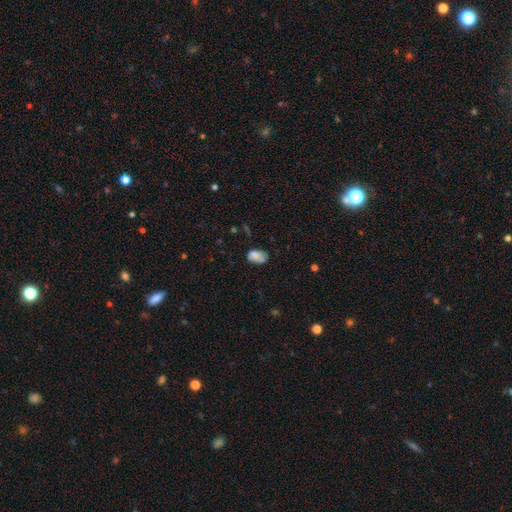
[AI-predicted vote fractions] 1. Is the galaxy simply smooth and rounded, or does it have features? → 72% smooth, 17% featured or disk, 10% star or artifact.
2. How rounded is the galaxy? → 82% in between, 16% round, 1% cigar-shaped.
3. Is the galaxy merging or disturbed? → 46% none, 30% minor disturbance, 12% major disturbance, 12% merger.